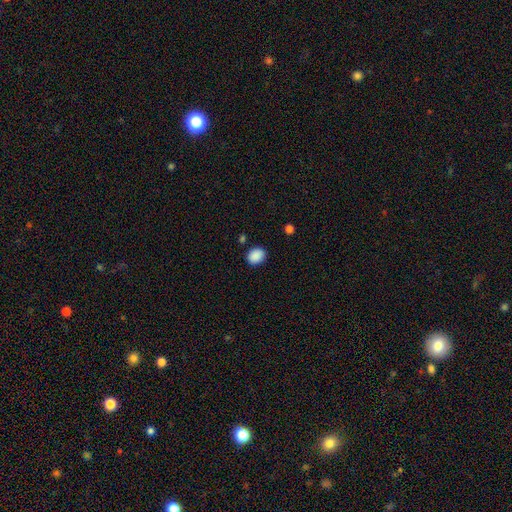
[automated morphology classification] Smooth or featured? Predicted: smooth (p=0.89). How rounded? Predicted: in between (p=0.52). Merging? Predicted: none (p=0.86).